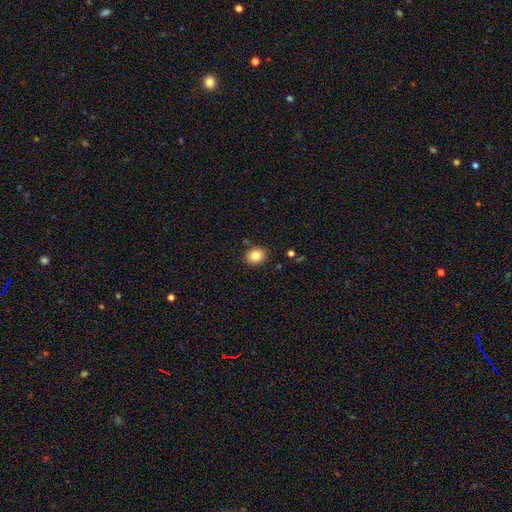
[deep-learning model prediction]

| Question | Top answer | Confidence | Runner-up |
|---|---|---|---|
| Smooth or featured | smooth | 83% | star or artifact (10%) |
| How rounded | round | 68% | in between (31%) |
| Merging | none | 88% | minor disturbance (8%) |